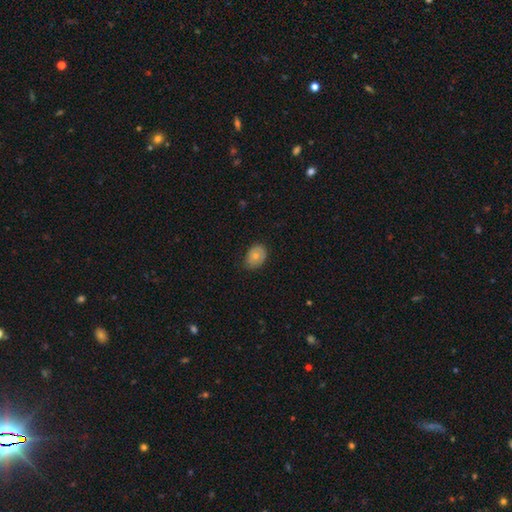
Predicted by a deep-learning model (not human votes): Smooth or featured?
  - smooth: 73% *
  - featured or disk: 19%
  - star or artifact: 8%
How rounded?
  - in between: 66% *
  - round: 33%
  - cigar-shaped: 1%
Merging?
  - none: 75% *
  - minor disturbance: 21%
  - major disturbance: 4%
  - merger: 1%